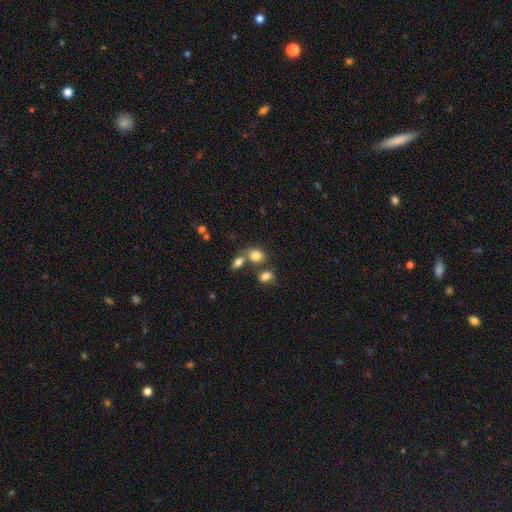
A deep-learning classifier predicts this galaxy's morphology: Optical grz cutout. It shows a smooth galaxy with no disk features (82%) that is in between round and cigar-shaped (60%). Merging: none (50%).